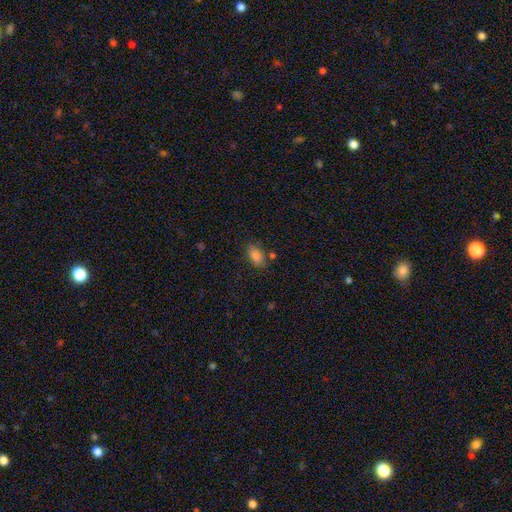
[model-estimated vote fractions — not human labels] Smooth or featured? smooth (84%)
How rounded? in between (90%)
Merging? none (74%)